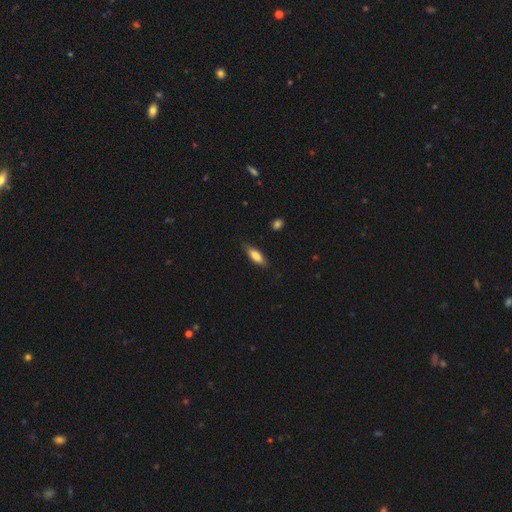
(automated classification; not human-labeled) smooth-or-featured: smooth: 76% | featured or disk: 17% | star or artifact: 6%
  how-rounded: in between: 59% | cigar-shaped: 39% | round: 2%
  merging: none: 81% | minor disturbance: 15% | major disturbance: 3% | merger: 1%